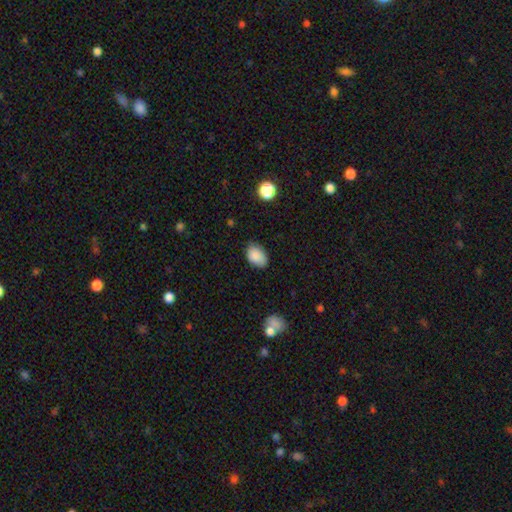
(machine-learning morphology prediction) A smooth galaxy with no disk features (87%) that is in between round and cigar-shaped (87%). Merging: none (75%).